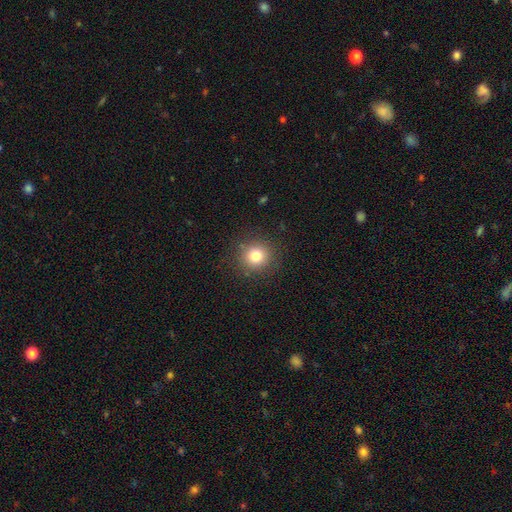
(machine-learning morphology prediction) The model was most divided on "smooth or featured": smooth: 79%, star or artifact: 13%, featured or disk: 7%. More confident: how rounded — round (92%); merging — none (89%).